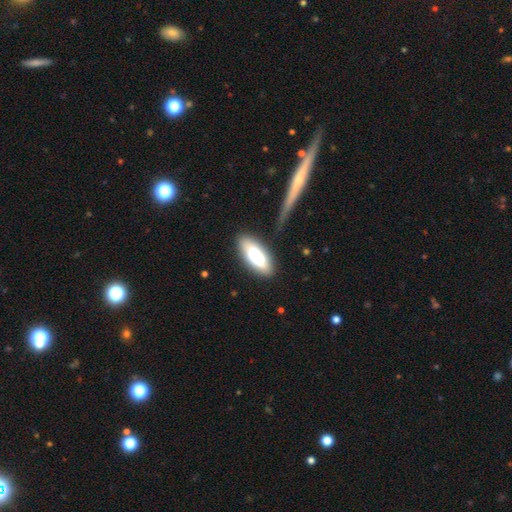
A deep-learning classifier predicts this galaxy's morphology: This is likely a smooth galaxy (75%). How rounded: likely in between (73%). Merging: likely none (76%).